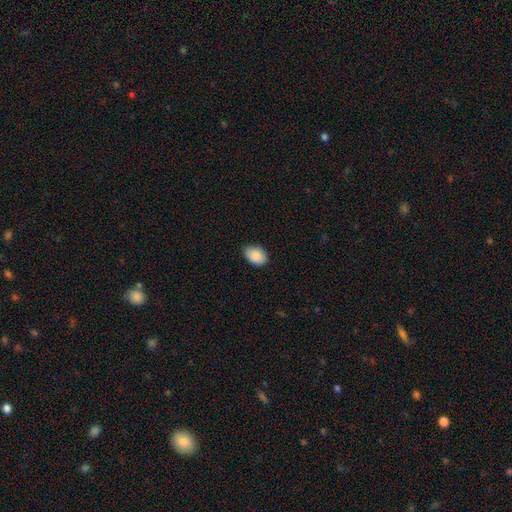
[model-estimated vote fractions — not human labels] The model was most divided on "merging": none: 77%, minor disturbance: 20%, major disturbance: 3%, merger: 1%. More confident: smooth or featured — smooth (89%); how rounded — in between (84%).